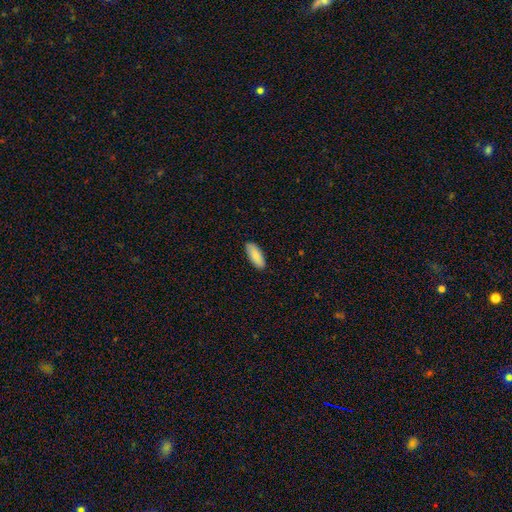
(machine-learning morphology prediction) Smooth or featured: smooth — 88% (featured or disk — 6%)
How rounded: in between — 79% (cigar-shaped — 19%)
Merging: none — 88% (minor disturbance — 9%)